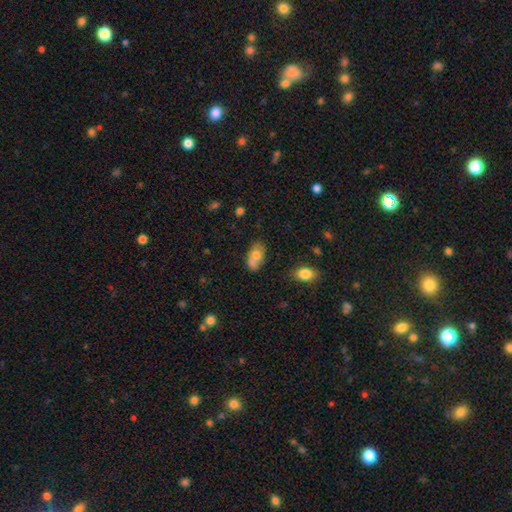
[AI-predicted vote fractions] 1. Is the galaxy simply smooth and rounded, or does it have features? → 70% smooth, 21% featured or disk, 9% star or artifact.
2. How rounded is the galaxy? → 83% in between, 15% round, 2% cigar-shaped.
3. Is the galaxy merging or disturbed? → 40% none, 37% merger, 17% minor disturbance, 6% major disturbance.